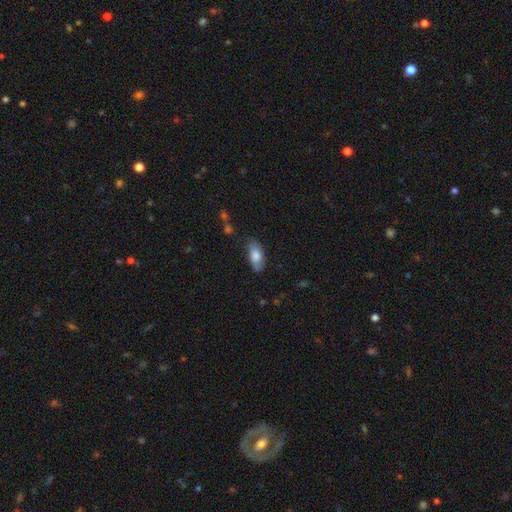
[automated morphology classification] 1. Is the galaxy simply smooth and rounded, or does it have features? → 78% smooth, 15% featured or disk, 7% star or artifact.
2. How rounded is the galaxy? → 89% in between, 8% cigar-shaped, 3% round.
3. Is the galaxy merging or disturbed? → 70% none, 23% minor disturbance, 5% major disturbance, 3% merger.